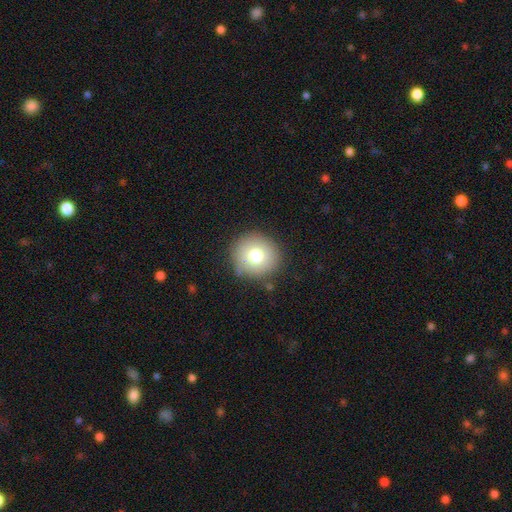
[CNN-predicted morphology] Smooth or featured? Predicted: smooth (p=0.74). How rounded? Predicted: round (p=0.93). Merging? Predicted: none (p=0.85).